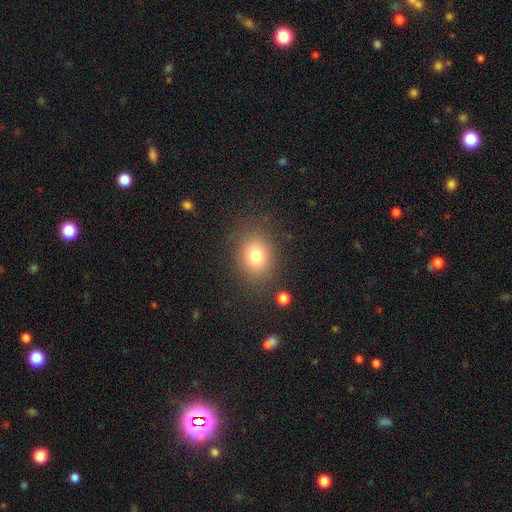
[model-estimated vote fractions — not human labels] The model was most divided on "how rounded": in between: 50%, round: 49%, cigar-shaped: 1%. More confident: merging — none (82%); smooth or featured — smooth (77%).